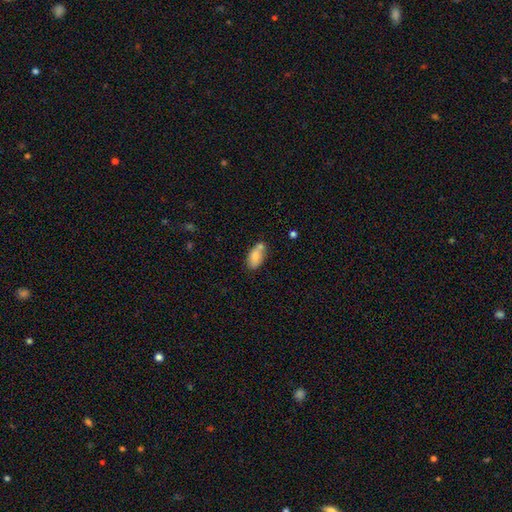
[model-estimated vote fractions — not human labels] smooth-or-featured: smooth: 80% | featured or disk: 12% | star or artifact: 8%
  how-rounded: in between: 90% | cigar-shaped: 5% | round: 5%
  merging: none: 48% | merger: 29% | minor disturbance: 18% | major disturbance: 5%